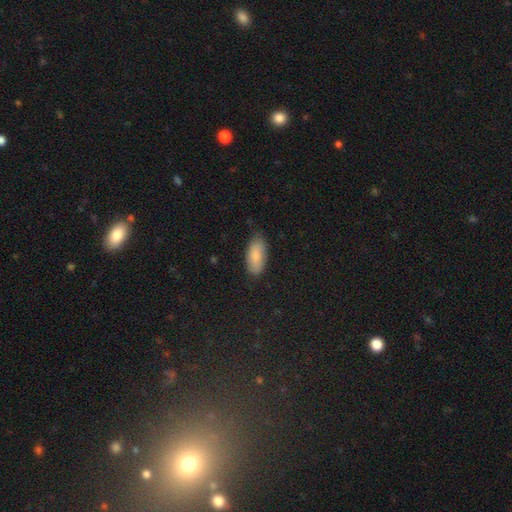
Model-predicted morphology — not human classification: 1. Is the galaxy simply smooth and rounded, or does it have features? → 85% smooth, 9% featured or disk, 6% star or artifact.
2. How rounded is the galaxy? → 88% in between, 10% cigar-shaped, 2% round.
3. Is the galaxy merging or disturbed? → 72% none, 23% minor disturbance, 4% major disturbance, 1% merger.